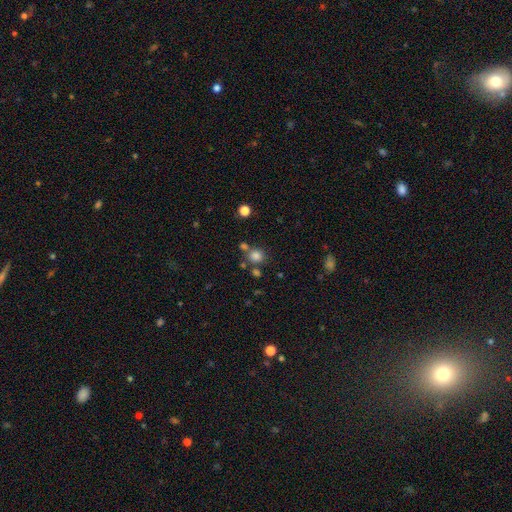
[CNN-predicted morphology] Q: Smooth or featured?
A: smooth (80%); runner-up: star or artifact (14%)
Q: How rounded?
A: round (86%); runner-up: in between (13%)
Q: Merging?
A: none (69%); runner-up: merger (18%)